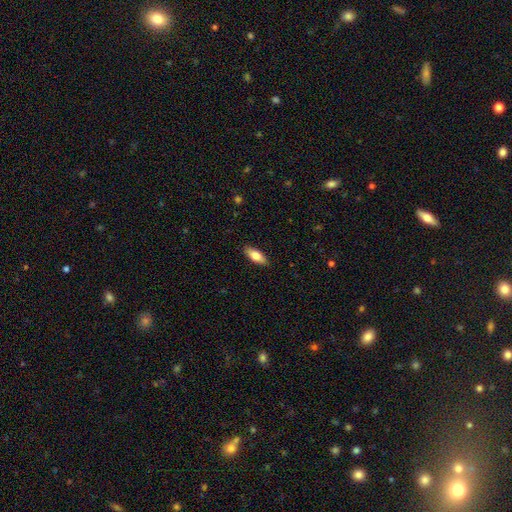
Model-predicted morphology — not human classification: Smooth or featured: smooth — 77% (featured or disk — 17%)
How rounded: in between — 77% (cigar-shaped — 21%)
Merging: none — 89% (minor disturbance — 8%)